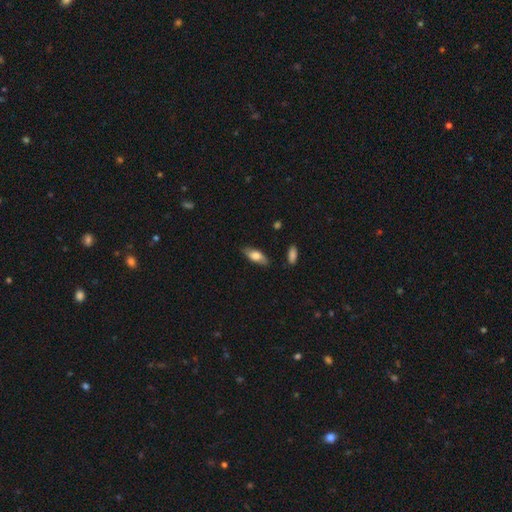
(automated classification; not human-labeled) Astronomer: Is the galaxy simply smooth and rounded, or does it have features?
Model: smooth — 71%.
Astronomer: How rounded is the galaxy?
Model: in between — 78%.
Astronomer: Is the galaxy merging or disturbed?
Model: none — 81%.